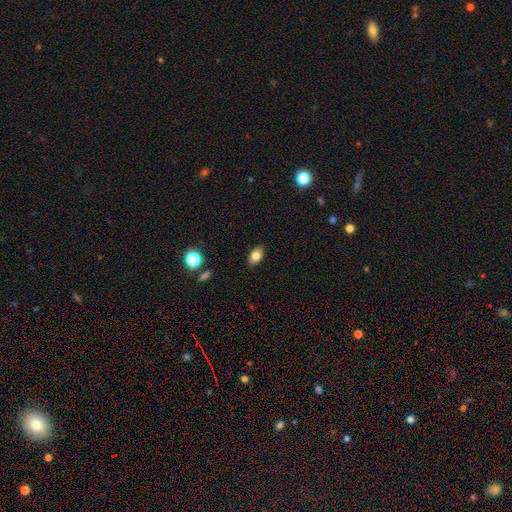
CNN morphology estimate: This is clearly a smooth galaxy (80%). How rounded: clearly in between (86%). Merging: clearly none (88%).